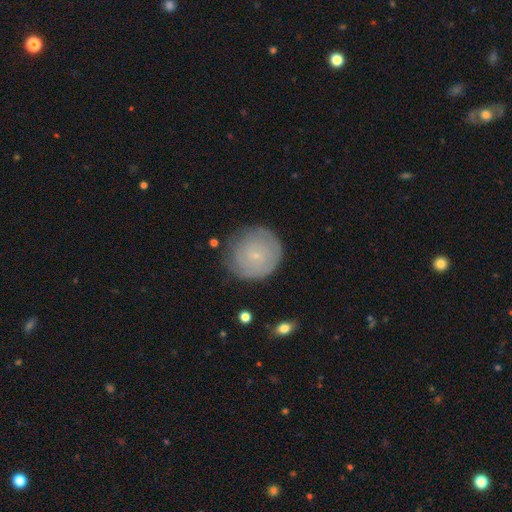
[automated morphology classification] type=smooth (47%); merging=none (75%).